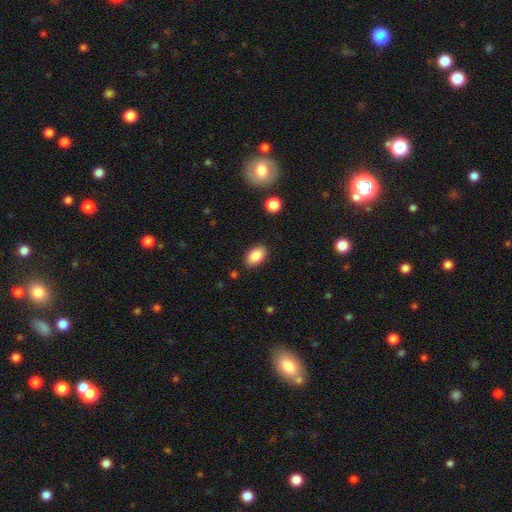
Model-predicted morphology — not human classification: This is clearly a smooth galaxy (88%). How rounded: clearly in between (90%). Merging: clearly none (86%).